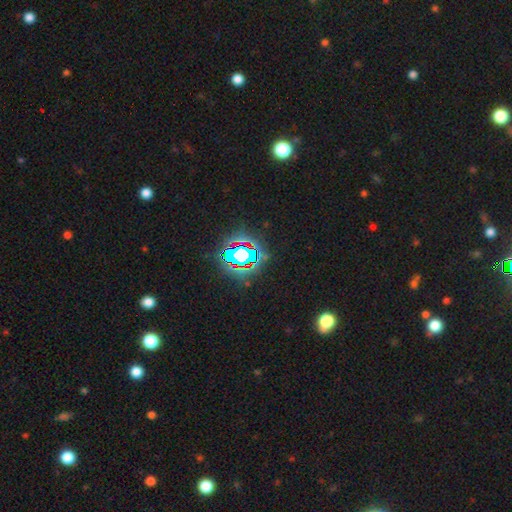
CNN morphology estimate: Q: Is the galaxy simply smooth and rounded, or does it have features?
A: star or artifact — 82%.